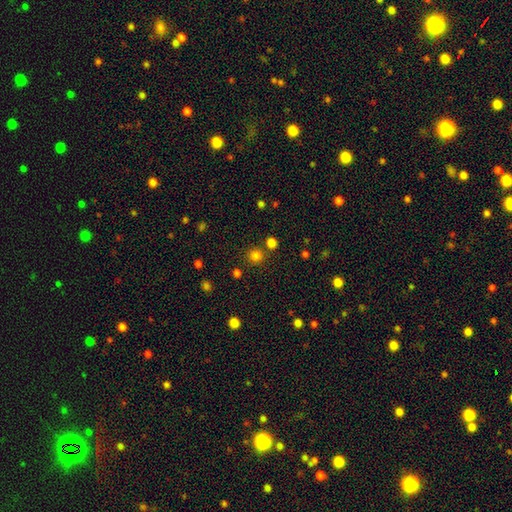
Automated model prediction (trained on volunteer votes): smooth 79%, star or artifact 17%, featured or disk 4%. Down the decision tree: how rounded — round (92%); merging — none (82%).